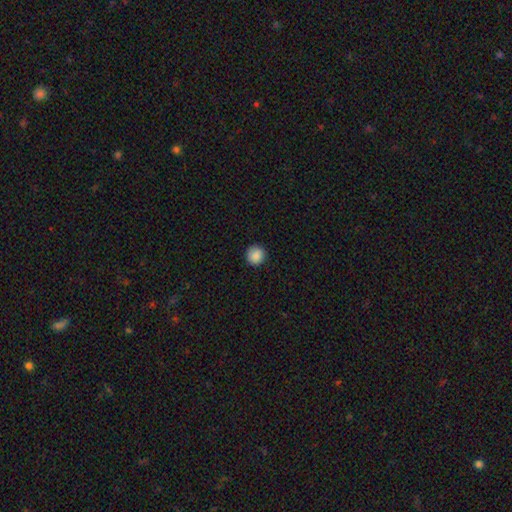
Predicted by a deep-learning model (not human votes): Q: Smooth or featured?
A: smooth (88%); runner-up: star or artifact (9%)
Q: How rounded?
A: round (93%); runner-up: in between (6%)
Q: Merging?
A: none (89%); runner-up: minor disturbance (8%)